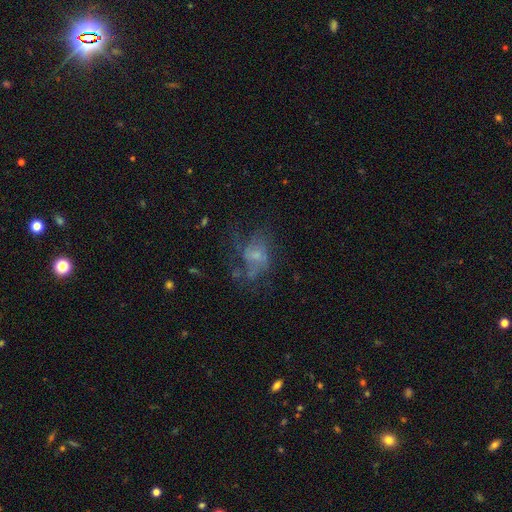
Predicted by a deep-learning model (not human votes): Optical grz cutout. It shows a featured or disk galaxy (55%) with no bar (69%), no spiral arms (54%) and a small central bulge (46%). Merging: none (39%).